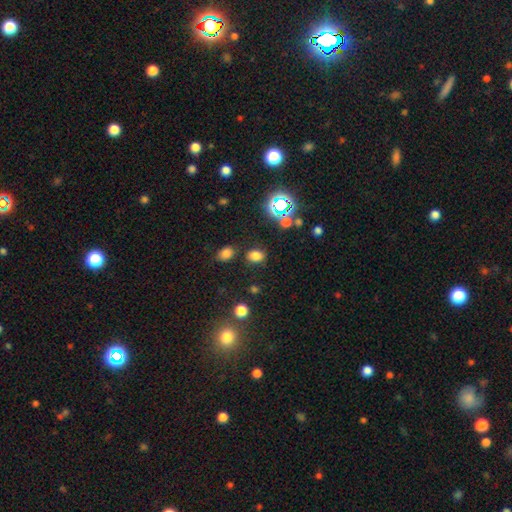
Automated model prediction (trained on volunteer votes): This is likely a smooth galaxy (74%). How rounded: likely in between (68%). Merging: clearly none (81%).